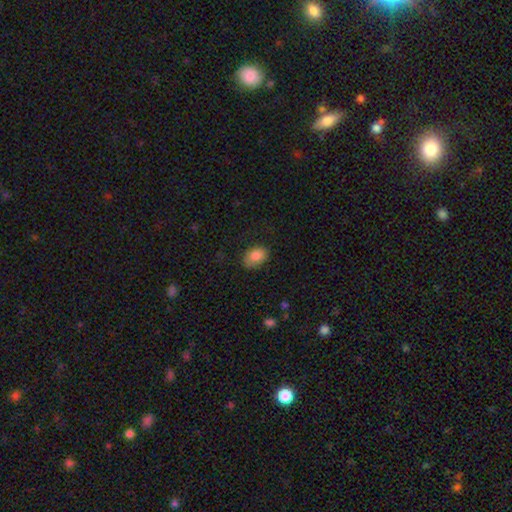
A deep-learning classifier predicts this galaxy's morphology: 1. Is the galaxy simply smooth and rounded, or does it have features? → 85% smooth, 8% star or artifact, 7% featured or disk.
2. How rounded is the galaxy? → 84% in between, 15% round, 1% cigar-shaped.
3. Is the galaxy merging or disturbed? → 76% none, 19% minor disturbance, 4% major disturbance, 1% merger.